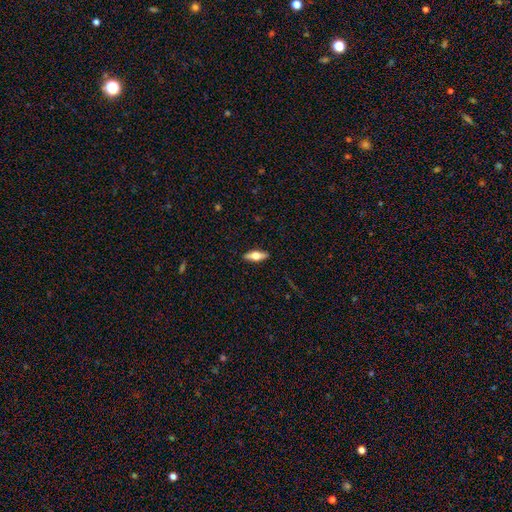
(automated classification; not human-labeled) smooth-or-featured: featured or disk: 54% | smooth: 39% | star or artifact: 6%
  disk-edge-on: yes: 92% | no: 8%
  merging: none: 90% | minor disturbance: 7% | major disturbance: 2% | merger: 1%